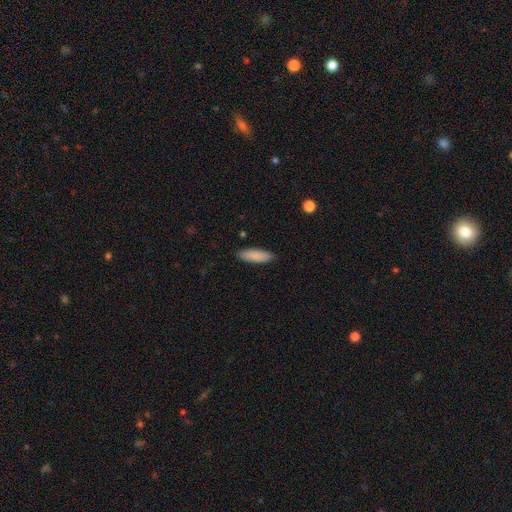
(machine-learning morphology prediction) A smooth galaxy with no disk features (88%) that is in between round and cigar-shaped (53%). Merging: none (89%).